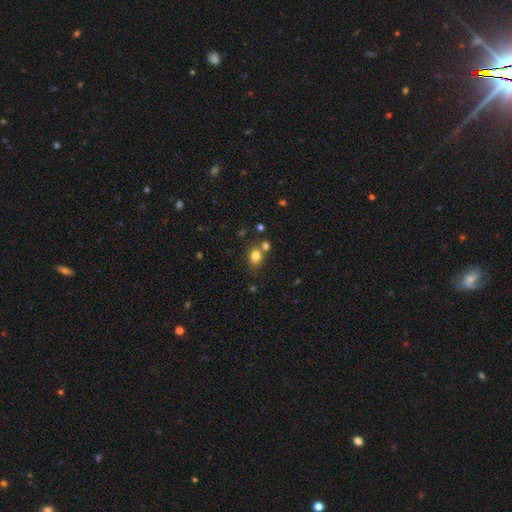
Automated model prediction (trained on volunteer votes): A smooth galaxy with no disk features (79%) that is round (53%).

Vote fractions:
- Smooth or featured? smooth: 79% / star or artifact: 13% / featured or disk: 8%
- How rounded? round: 53% / in between: 46% / cigar-shaped: 1%
- Merging? none: 64% / merger: 21% / minor disturbance: 11% / major disturbance: 4%